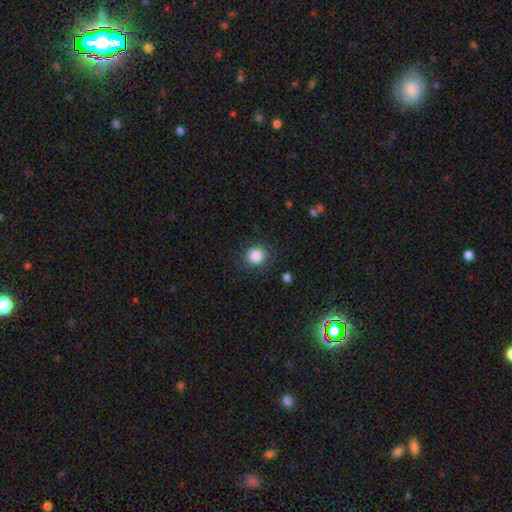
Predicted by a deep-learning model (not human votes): A smooth galaxy with no disk features (86%) that is round (84%). Merging: none (84%).